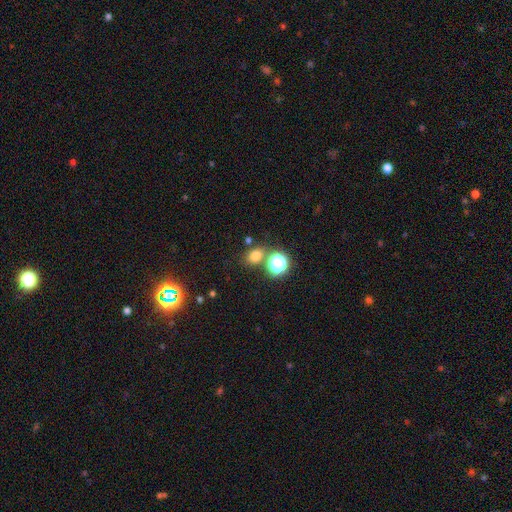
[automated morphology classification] A smooth galaxy with no disk features (73%) that is round (56%). Merging: none (73%).